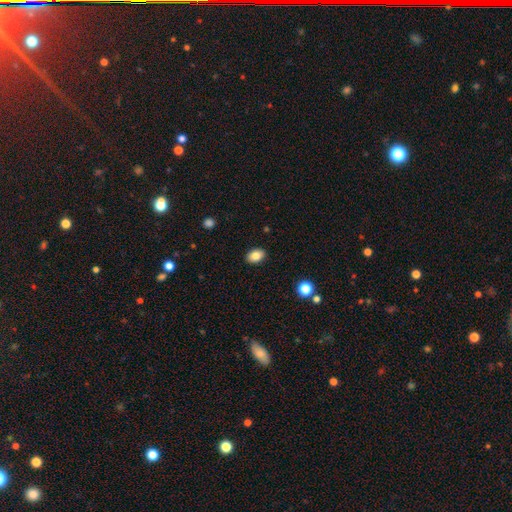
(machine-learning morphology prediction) The model was most divided on "how rounded": in between: 81%, round: 17%, cigar-shaped: 1%. More confident: merging — none (89%); smooth or featured — smooth (84%).